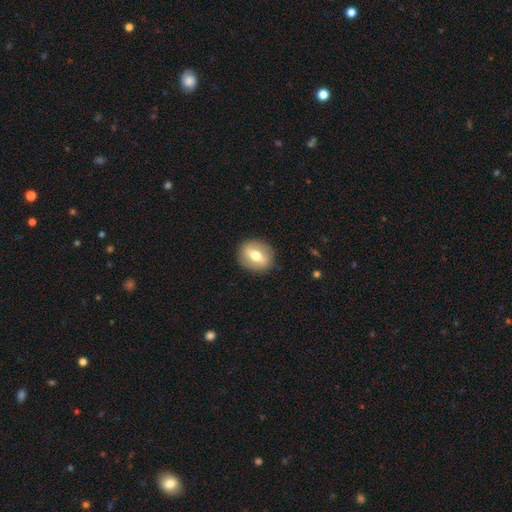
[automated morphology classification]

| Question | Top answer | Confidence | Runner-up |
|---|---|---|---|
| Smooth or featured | smooth | 48% | featured or disk (44%) |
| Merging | none | 87% | minor disturbance (9%) |